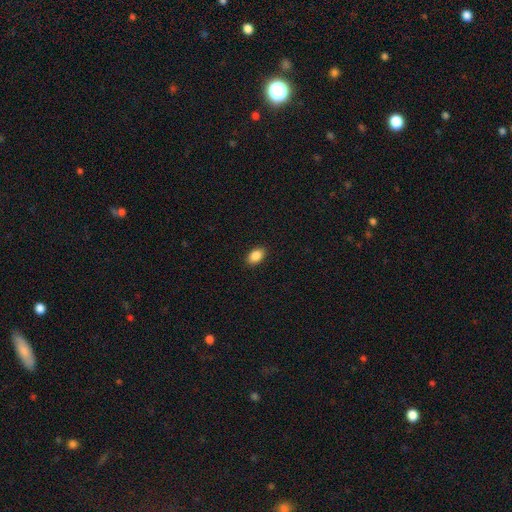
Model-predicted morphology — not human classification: The model was most divided on "how rounded": in between: 89%, round: 9%, cigar-shaped: 1%. More confident: merging — none (90%); smooth or featured — smooth (88%).